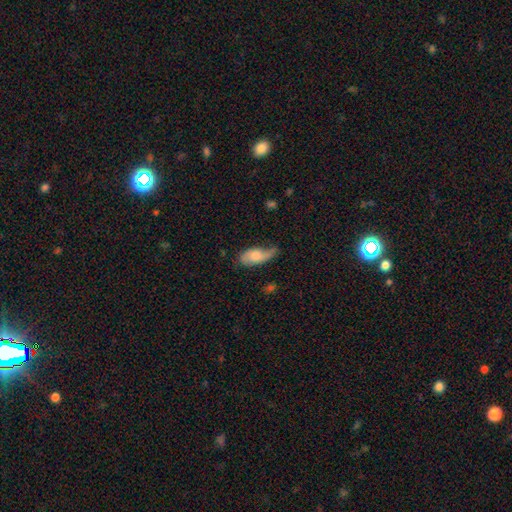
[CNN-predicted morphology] smooth-or-featured: smooth: 59% | featured or disk: 35% | star or artifact: 6%
  how-rounded: in between: 86% | cigar-shaped: 10% | round: 3%
  merging: none: 39% (tied) | minor disturbance: 39% (tied) | major disturbance: 18% | merger: 3%